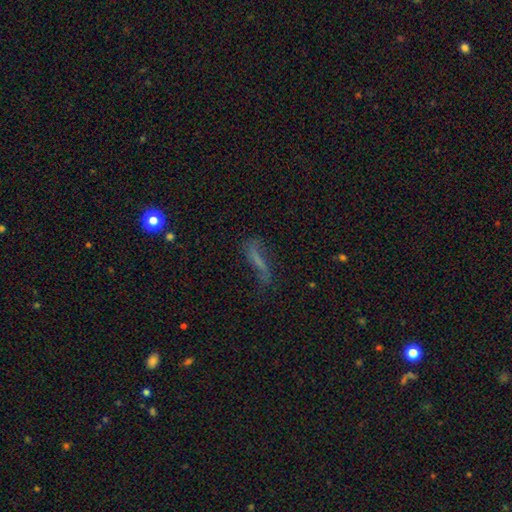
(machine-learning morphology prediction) Overall: featured or disk (43%; smooth 40%). Merging: none (53%; minor disturbance 24%).